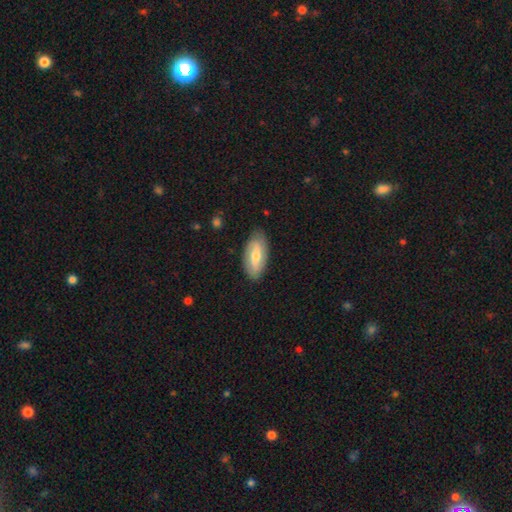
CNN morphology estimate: This appears to be a featured or disk galaxy (48%). Merging: none (82%).